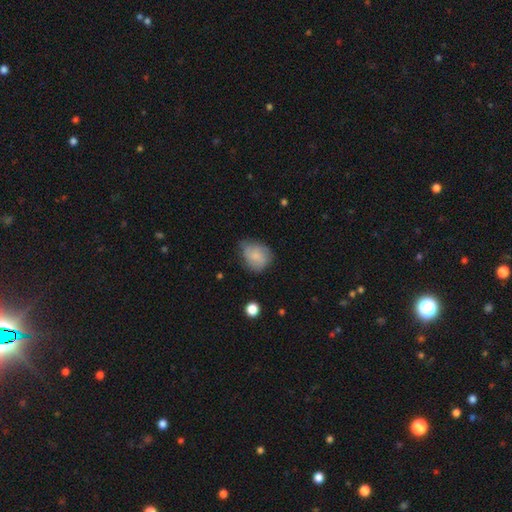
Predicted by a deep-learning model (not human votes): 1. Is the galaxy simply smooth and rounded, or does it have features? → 74% smooth, 18% featured or disk, 8% star or artifact.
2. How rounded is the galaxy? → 53% round, 46% in between, 1% cigar-shaped.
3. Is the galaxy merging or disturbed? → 55% none, 34% minor disturbance, 9% major disturbance, 2% merger.